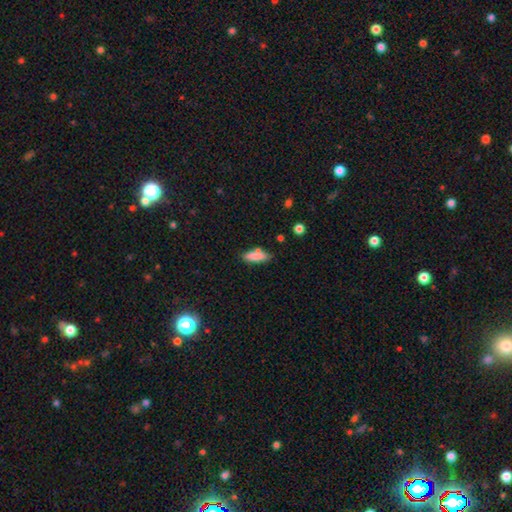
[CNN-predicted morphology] Overall: smooth (82%). How rounded: in between (50%; cigar-shaped 48%). Merging: none (68%).